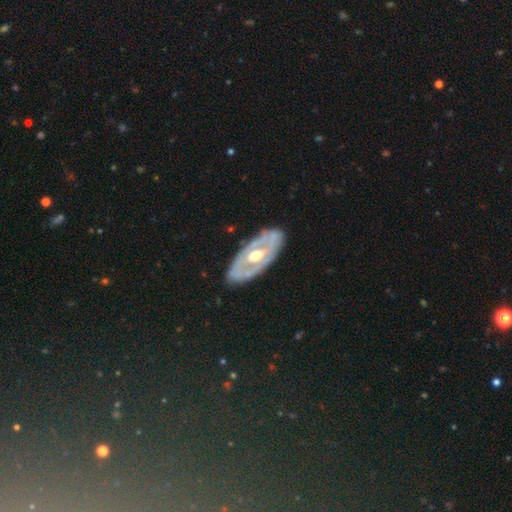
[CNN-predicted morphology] Smooth or featured: featured or disk — 76% (smooth — 20%)
Edge-on disk: no — 86% (yes — 14%)
Bar: no — 58% (weak — 29%)
Spiral arms: no — 55% (yes — 45%)
Bulge size: moderate — 75% (large — 12%)
Merging: none — 80% (minor disturbance — 15%)